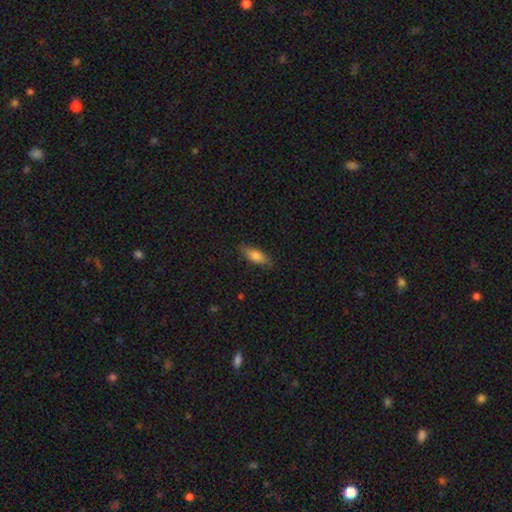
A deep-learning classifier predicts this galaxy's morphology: This appears to be a smooth galaxy with no disk features (76%) that is in between round and cigar-shaped (72%). Merging: none (81%).